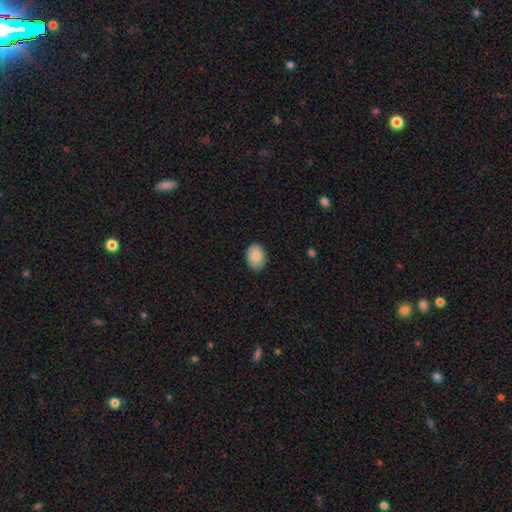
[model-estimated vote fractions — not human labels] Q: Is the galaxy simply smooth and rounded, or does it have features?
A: smooth — 83%.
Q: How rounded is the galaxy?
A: in between — 72%.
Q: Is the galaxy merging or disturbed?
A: none — 83%.